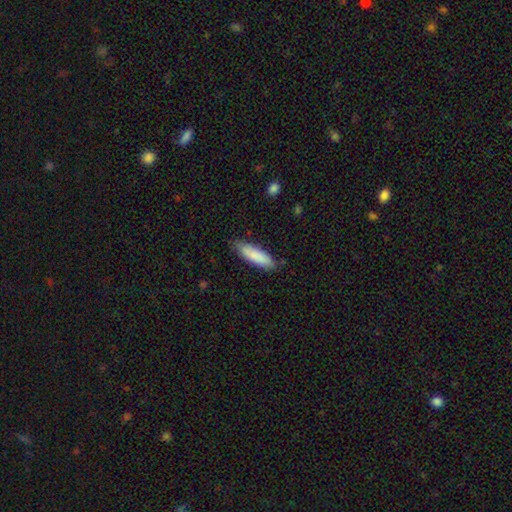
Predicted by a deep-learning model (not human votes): The model was most divided on "how rounded": cigar-shaped: 59%, in between: 40%, round: 1%. More confident: smooth or featured — smooth (86%); merging — none (81%).